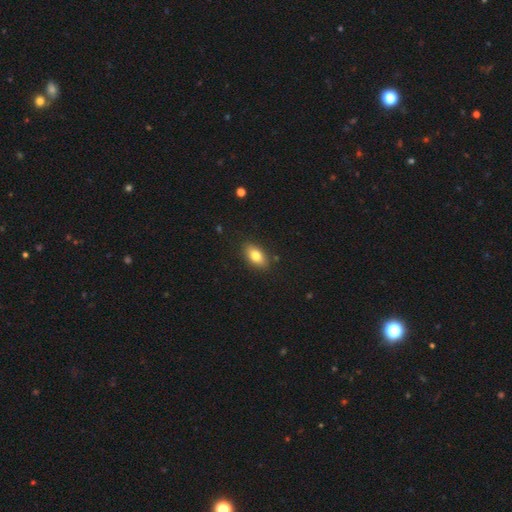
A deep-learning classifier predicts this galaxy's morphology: The model was most divided on "smooth or featured": smooth: 79%, featured or disk: 13%, star or artifact: 8%. More confident: how rounded — in between (88%); merging — none (86%).